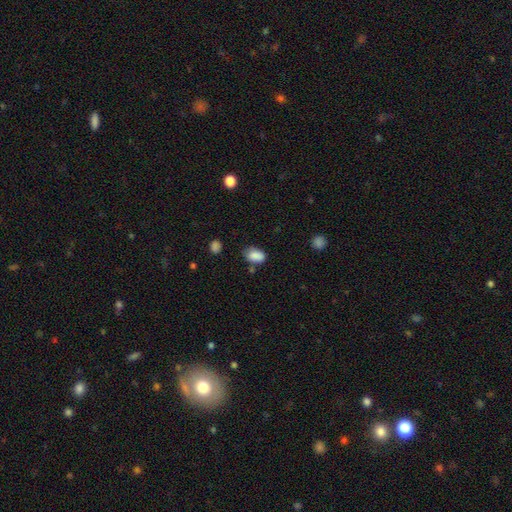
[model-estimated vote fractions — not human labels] Smooth or featured? Predicted: smooth (p=0.87). How rounded? Predicted: in between (p=0.87). Merging? Predicted: none (p=0.65).